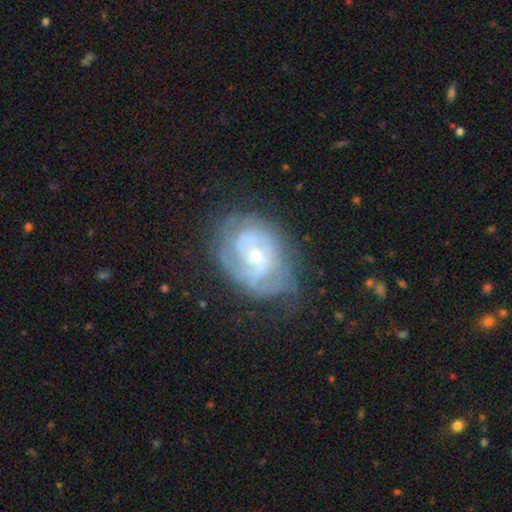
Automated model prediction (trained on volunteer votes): Smooth or featured: featured or disk — 82% (smooth — 12%)
Edge-on disk: no — 97% (yes — 3%)
Bar: no — 63% (weak — 32%)
Spiral arms: yes — 90% (no — 10%)
Spiral winding: tight — 63% (medium — 29%)
Spiral arm count: can't tell — 36% (tied with 2 — 36%)
Bulge size: small — 61% (moderate — 34%)
Merging: none — 60% (minor disturbance — 25%)